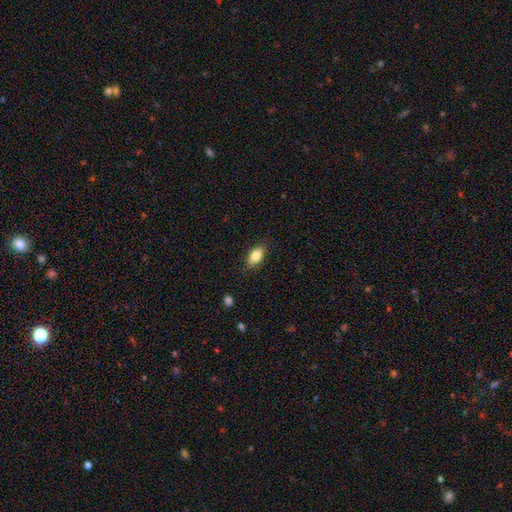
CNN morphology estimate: smooth 83%, featured or disk 9%, star or artifact 7%. Down the decision tree: how rounded — in between (89%); merging — none (85%).